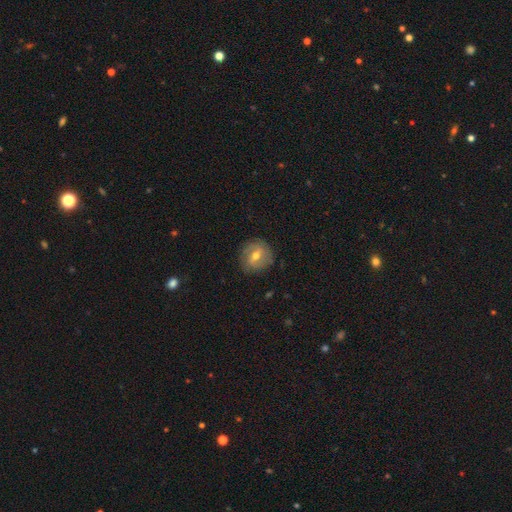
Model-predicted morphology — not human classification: This appears to be a featured or disk galaxy (52%). Merging: none (79%).